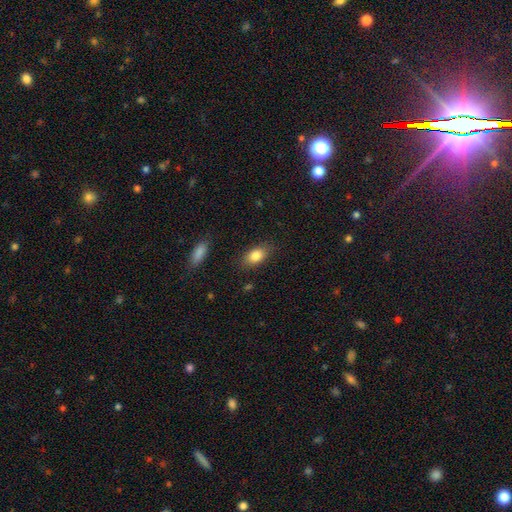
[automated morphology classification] Q: Smooth or featured?
A: smooth (84%); runner-up: featured or disk (9%)
Q: How rounded?
A: in between (86%); runner-up: round (10%)
Q: Merging?
A: none (84%); runner-up: minor disturbance (12%)